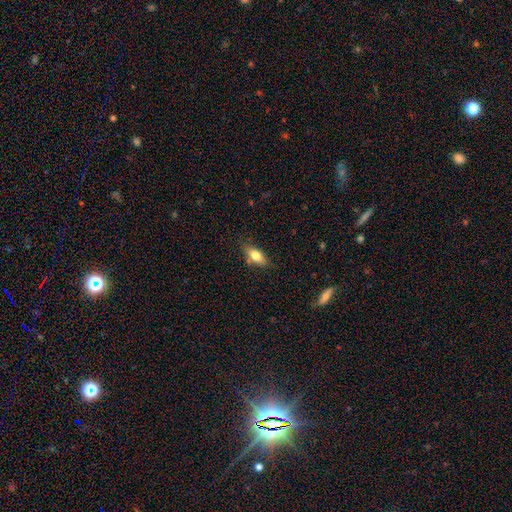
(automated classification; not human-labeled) smooth_or_featured: smooth (p=0.76) [alt: featured or disk p=0.16]
how_rounded: in between (p=0.82) [alt: cigar-shaped p=0.14]
merging: none (p=0.77) [alt: minor disturbance p=0.17]